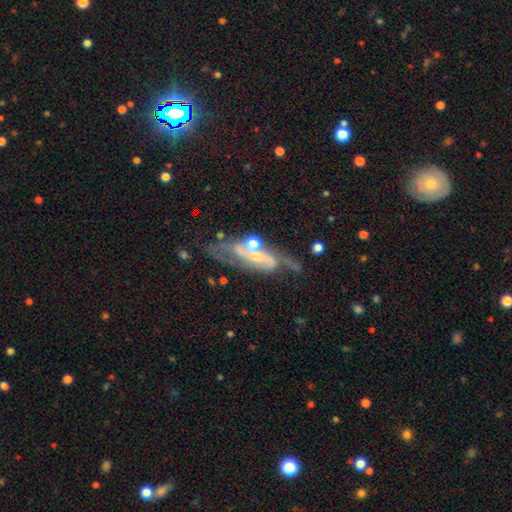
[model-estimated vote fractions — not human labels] A featured or disk galaxy (75%) with no bar (52%), 2 (62%) medium (42%) spiral arms (82%) and a small central bulge (54%). Merging: none (48%).